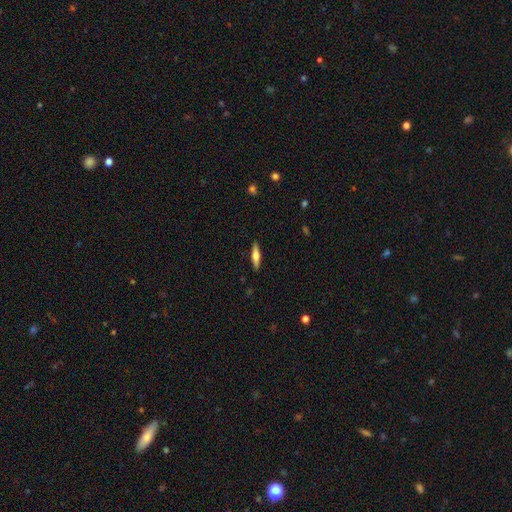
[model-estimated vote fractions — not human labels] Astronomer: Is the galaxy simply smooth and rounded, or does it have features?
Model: smooth — 52% (runner-up: featured or disk, 42%).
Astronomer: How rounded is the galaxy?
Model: cigar-shaped — 74%.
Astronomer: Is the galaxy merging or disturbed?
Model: none — 90%.